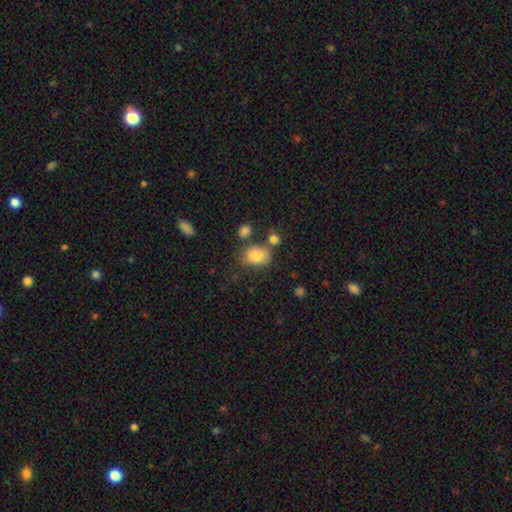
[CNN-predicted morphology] A smooth galaxy with no disk features (83%) that is in between round and cigar-shaped (74%). Merging: none (52%).